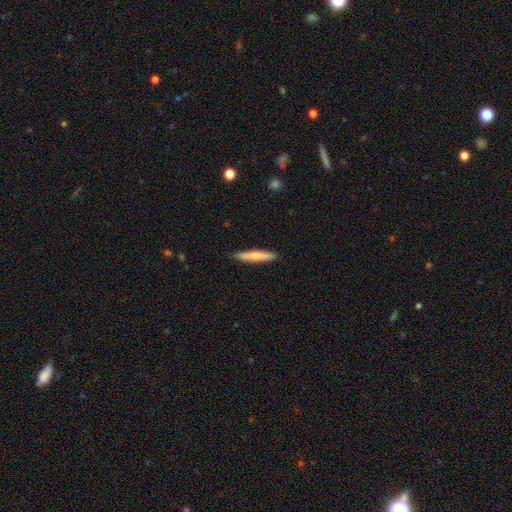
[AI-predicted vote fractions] Smooth or featured?
  - smooth: 68% *
  - featured or disk: 26%
  - star or artifact: 5%
How rounded?
  - cigar-shaped: 93% *
  - in between: 6%
  - round: 1%
Merging?
  - none: 90% *
  - minor disturbance: 7%
  - major disturbance: 1%
  - merger: 1%